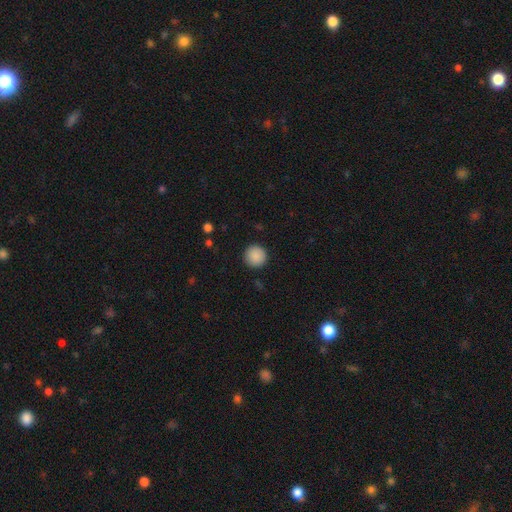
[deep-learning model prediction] Morphology: type=smooth (89%); roundness=round (96%); merging=none (92%).